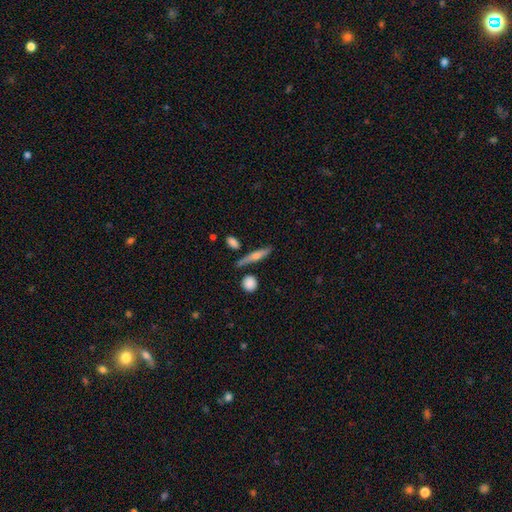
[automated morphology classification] This is possibly a featured or disk galaxy (49%). Merging: likely none (79%).